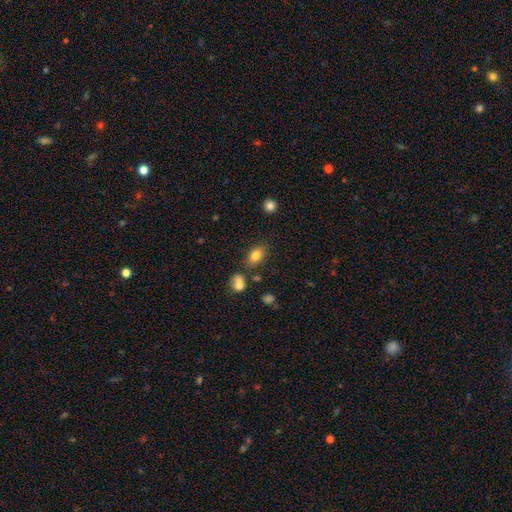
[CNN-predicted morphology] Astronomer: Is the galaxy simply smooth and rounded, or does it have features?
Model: smooth — 79%.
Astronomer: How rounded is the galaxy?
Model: in between — 83%.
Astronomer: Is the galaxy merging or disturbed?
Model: none — 76%.